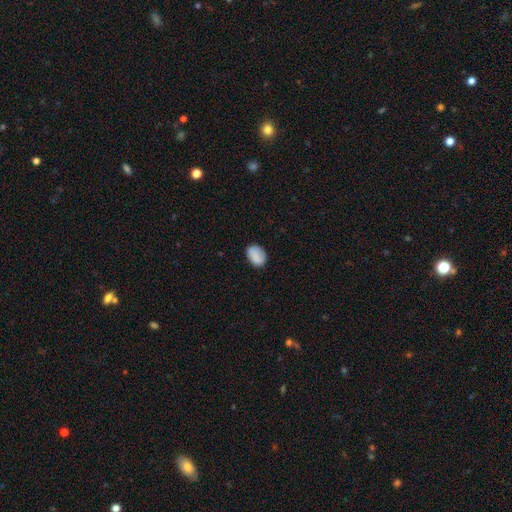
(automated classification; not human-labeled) smooth_or_featured: smooth (p=0.84) [alt: featured or disk p=0.09]
how_rounded: in between (p=0.73) [alt: round p=0.26]
merging: none (p=0.79) [alt: minor disturbance p=0.16]